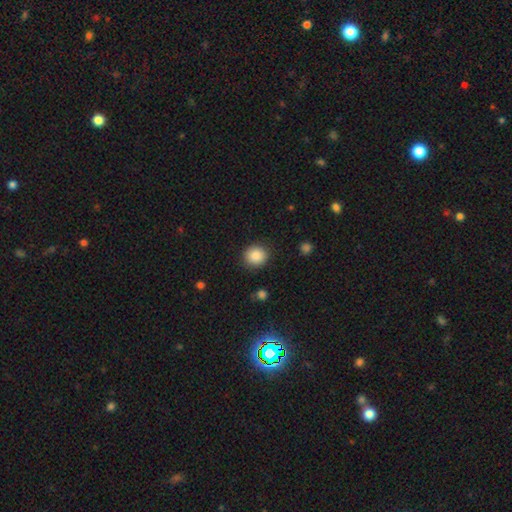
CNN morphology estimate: A smooth galaxy with no disk features (88%) that is round (88%). Merging: none (89%).